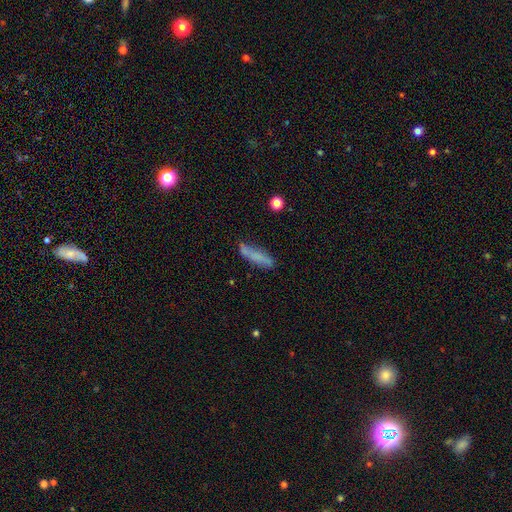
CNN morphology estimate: This is likely a smooth galaxy (65%). How rounded: likely cigar-shaped (74%). Merging: likely none (64%).